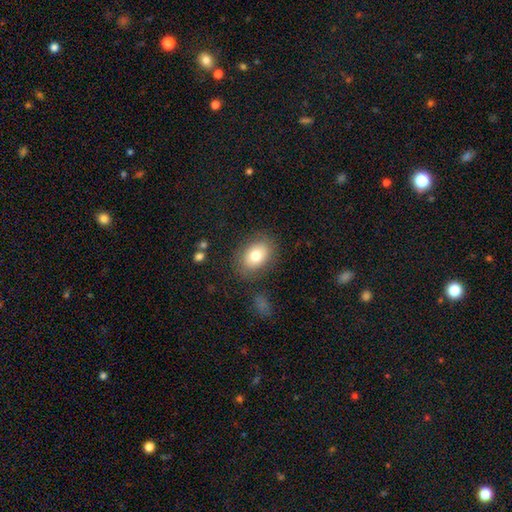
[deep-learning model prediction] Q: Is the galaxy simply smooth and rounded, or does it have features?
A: smooth — 77%.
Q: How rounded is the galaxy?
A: in between — 72%.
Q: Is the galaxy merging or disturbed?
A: none — 81%.